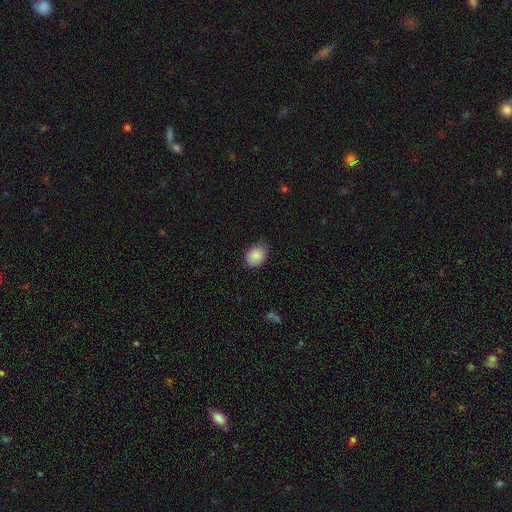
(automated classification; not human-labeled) A smooth galaxy with no disk features (88%) that is in between round and cigar-shaped (64%).

Vote fractions:
- Smooth or featured? smooth: 88% / star or artifact: 8% / featured or disk: 4%
- How rounded? in between: 64% / round: 35% / cigar-shaped: 1%
- Merging? none: 80% / minor disturbance: 17% / major disturbance: 3% / merger: 1%